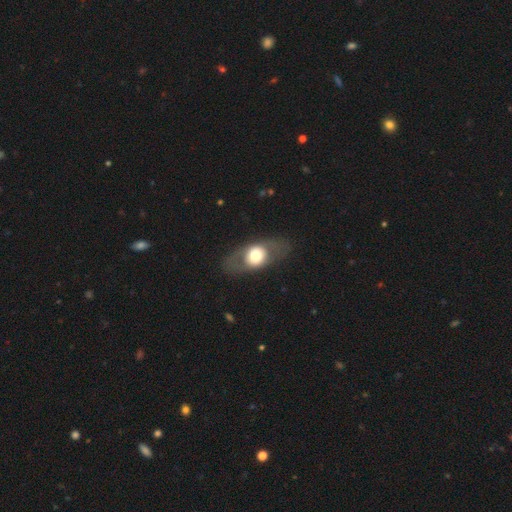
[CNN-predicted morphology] A smooth galaxy with no disk features (48%).

Vote fractions:
- Smooth or featured? smooth: 48% / featured or disk: 46% / star or artifact: 7%
- Merging? none: 78% / minor disturbance: 12% / major disturbance: 10% / merger: 1%